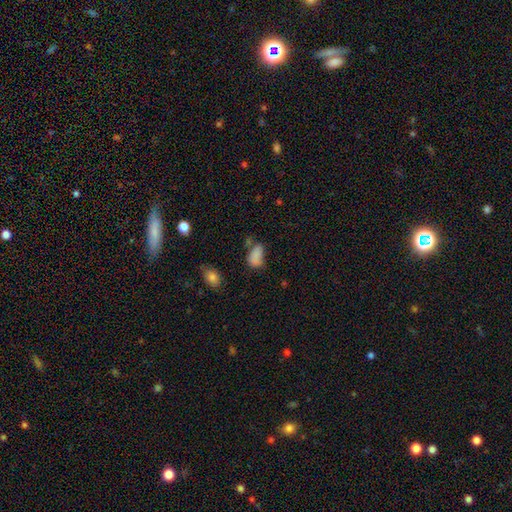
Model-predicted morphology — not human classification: Overall: smooth (82%). How rounded: in between (90%). Merging: none (46%; minor disturbance 29%).